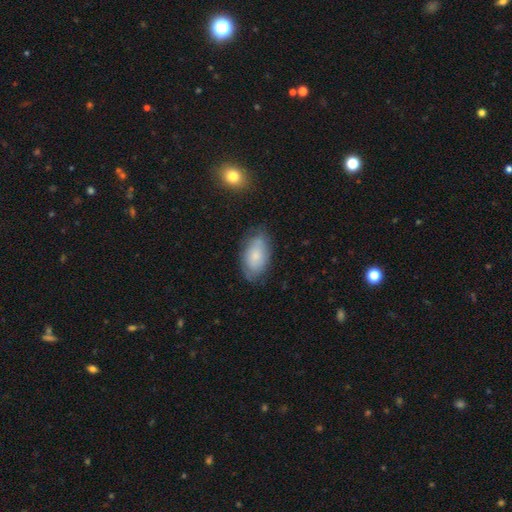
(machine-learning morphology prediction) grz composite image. It shows a smooth galaxy with no disk features (73%) that is in between round and cigar-shaped (94%). Merging: none (70%).